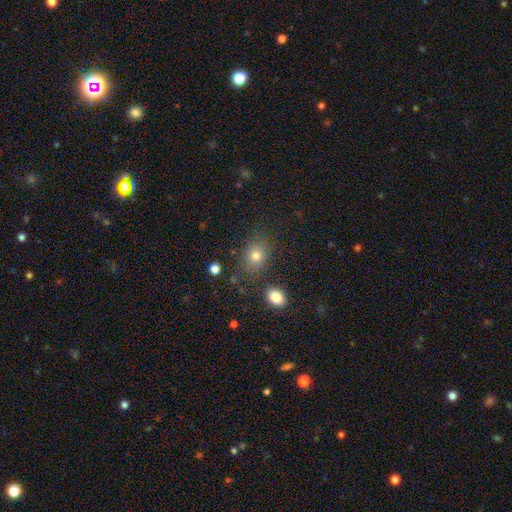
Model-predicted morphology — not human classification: Smooth or featured?
  - smooth: 76% *
  - star or artifact: 14%
  - featured or disk: 10%
How rounded?
  - round: 51% *
  - in between: 48%
  - cigar-shaped: 1%
Merging?
  - none: 77% *
  - minor disturbance: 13%
  - major disturbance: 5%
  - merger: 5%